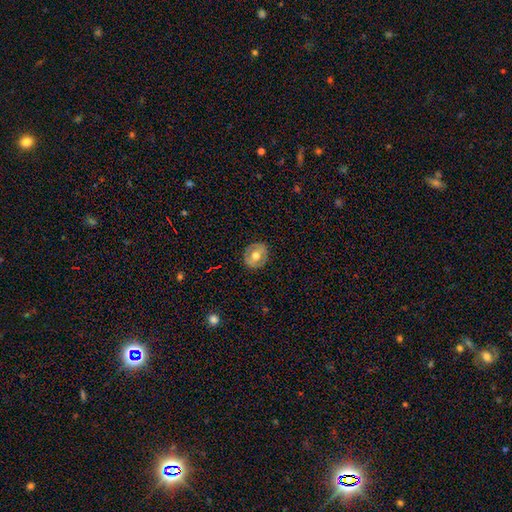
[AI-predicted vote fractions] A smooth galaxy with no disk features (53%) that is round (68%).

Vote fractions:
- Smooth or featured? smooth: 53% / featured or disk: 40% / star or artifact: 7%
- How rounded? round: 68% / in between: 30% / cigar-shaped: 1%
- Merging? none: 86% / minor disturbance: 11% / major disturbance: 3% / merger: 1%